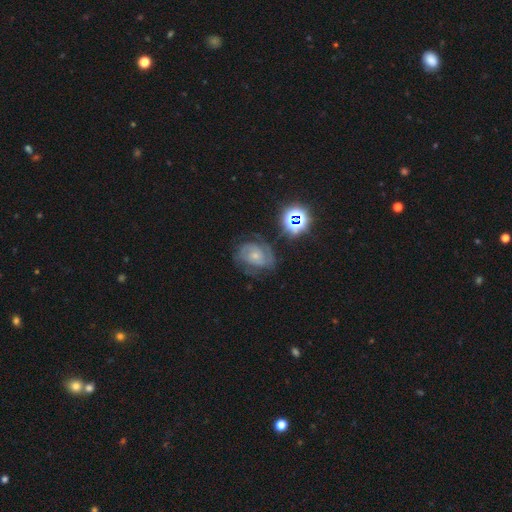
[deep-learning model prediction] Overall: featured or disk (73%). Edge-on disk: no (97%). Bar: no (67%; weak 28%). Spiral arms: yes (91%). Spiral arm count: 2 (47%; can't tell 27%). Spiral winding: tight (52%; medium 39%). Bulge size: small (62%; moderate 30%). Merging: none (62%).